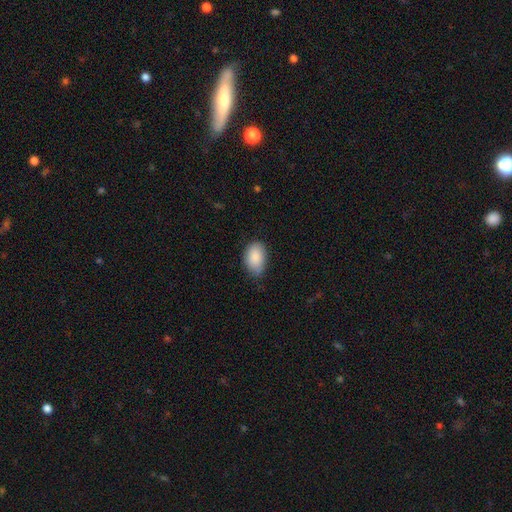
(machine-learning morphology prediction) Q: Smooth or featured?
A: smooth (88%); runner-up: star or artifact (7%)
Q: How rounded?
A: in between (88%); runner-up: round (11%)
Q: Merging?
A: none (66%); runner-up: minor disturbance (28%)